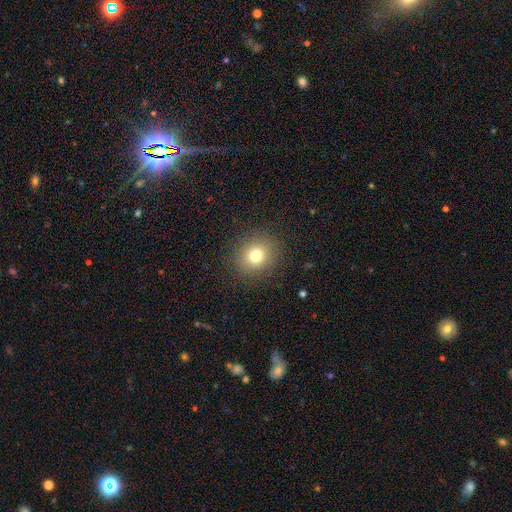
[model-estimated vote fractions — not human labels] smooth-or-featured: smooth: 77% | star or artifact: 13% | featured or disk: 9%
  how-rounded: round: 82% | in between: 17% | cigar-shaped: 1%
  merging: none: 89% | minor disturbance: 7% | major disturbance: 3% | merger: 1%